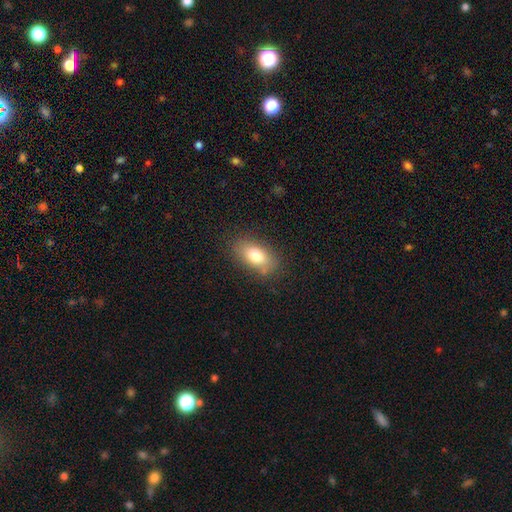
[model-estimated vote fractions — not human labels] This appears to be a smooth galaxy with no disk features (78%) that is in between round and cigar-shaped (88%). Merging: none (79%).